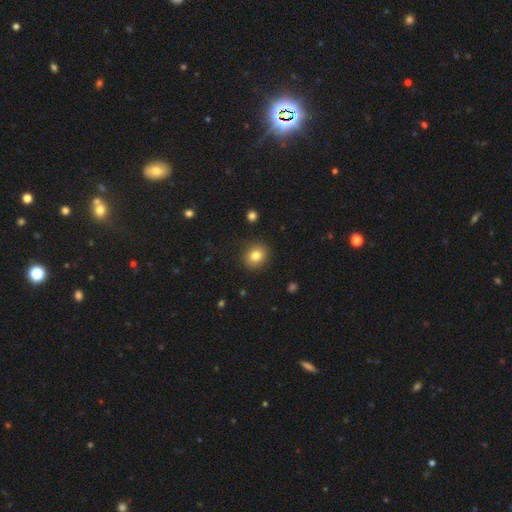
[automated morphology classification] This appears to be a smooth galaxy with no disk features (81%) that is round (72%). Merging: none (87%).